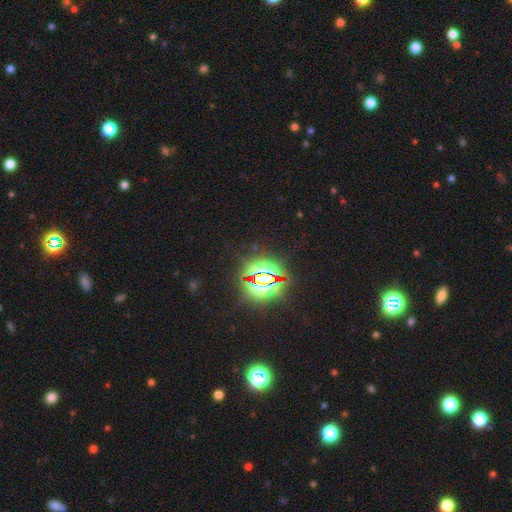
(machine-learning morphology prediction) Q: Smooth or featured?
A: star or artifact (84%); runner-up: smooth (9%)